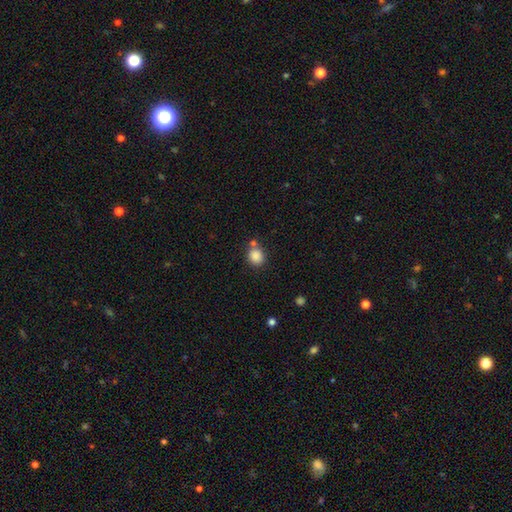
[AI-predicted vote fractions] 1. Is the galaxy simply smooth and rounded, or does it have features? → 86% smooth, 10% star or artifact, 4% featured or disk.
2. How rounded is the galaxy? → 73% round, 26% in between, 1% cigar-shaped.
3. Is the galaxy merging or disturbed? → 69% none, 15% merger, 12% minor disturbance, 4% major disturbance.